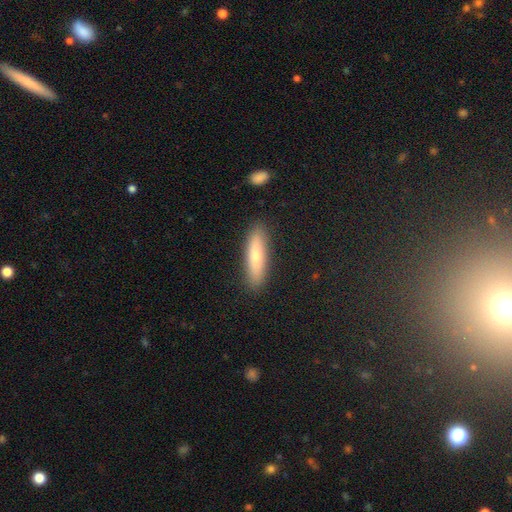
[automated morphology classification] This is likely a smooth galaxy (71%). How rounded: likely cigar-shaped (70%). Merging: clearly none (88%).